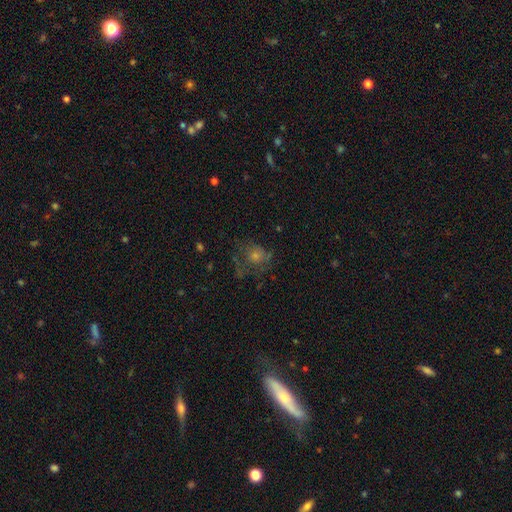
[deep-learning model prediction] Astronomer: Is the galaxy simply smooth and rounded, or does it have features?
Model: featured or disk — 40% (runner-up: smooth, 34%).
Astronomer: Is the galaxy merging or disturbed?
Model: none — 55%.